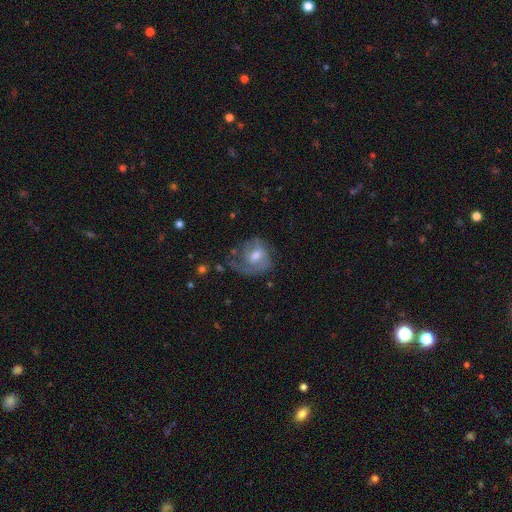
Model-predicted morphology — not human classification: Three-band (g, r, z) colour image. It shows a featured or disk galaxy (60%) with a weak bar (46%), spiral arms (80%) and a moderate central bulge (66%). Merging: none (44%).